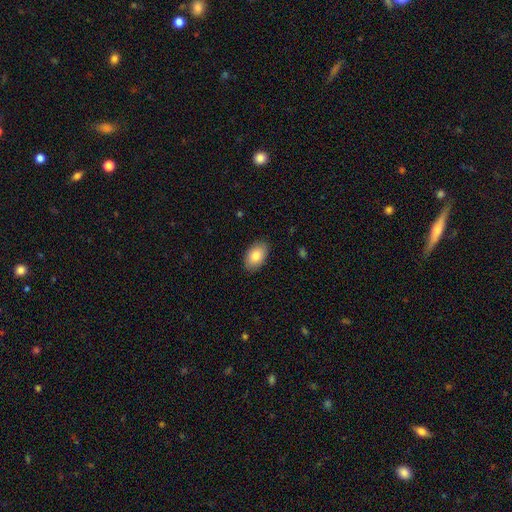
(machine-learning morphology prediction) This is clearly a smooth galaxy (84%). How rounded: clearly in between (92%). Merging: clearly none (87%).